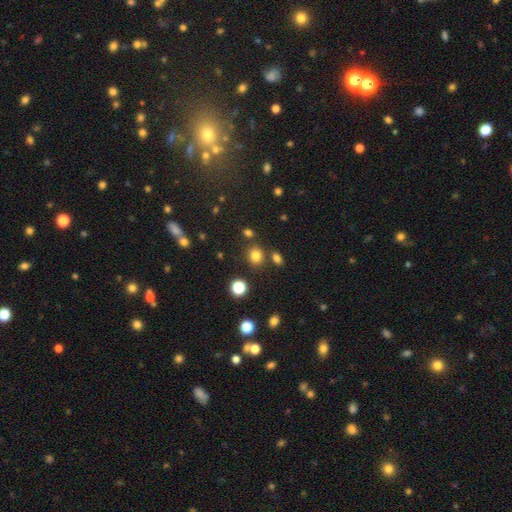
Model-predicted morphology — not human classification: smooth 78%, star or artifact 15%, featured or disk 6%. Down the decision tree: how rounded — round (71%); merging — none (79%).